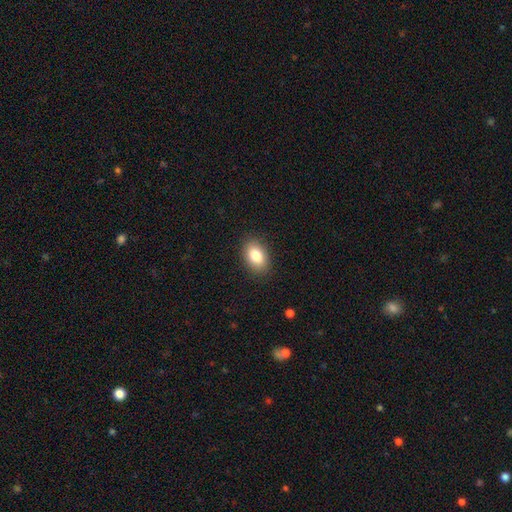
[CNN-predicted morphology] Smooth or featured? Predicted: smooth (p=0.84). How rounded? Predicted: in between (p=0.86). Merging? Predicted: none (p=0.88).